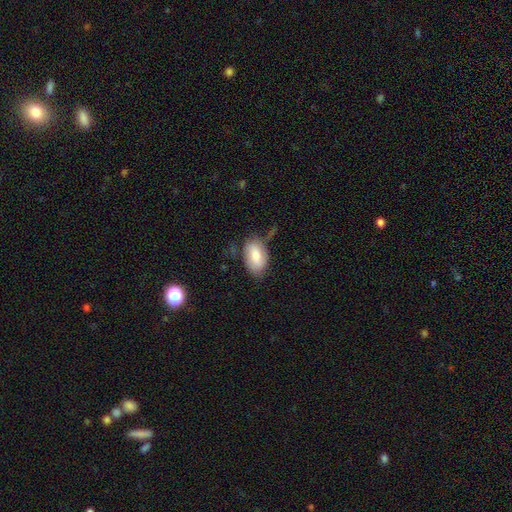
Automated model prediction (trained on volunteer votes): The model was most divided on "merging": none: 60%, minor disturbance: 27%, major disturbance: 9%, merger: 5%. More confident: how rounded — in between (93%); smooth or featured — smooth (78%).